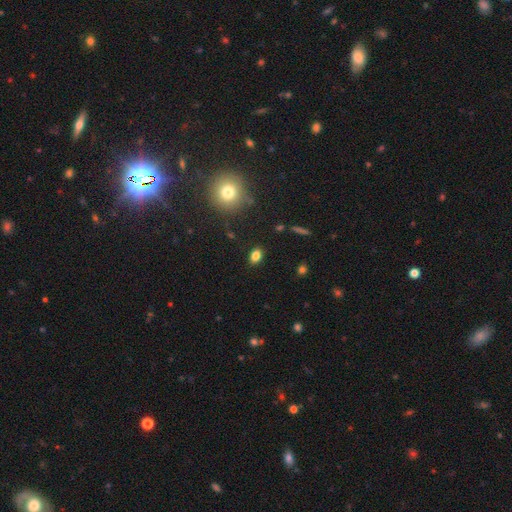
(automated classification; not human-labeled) A smooth galaxy with no disk features (81%) that is in between round and cigar-shaped (78%).

Vote fractions:
- Smooth or featured? smooth: 81% / star or artifact: 12% / featured or disk: 6%
- How rounded? in between: 78% / round: 20% / cigar-shaped: 2%
- Merging? none: 86% / minor disturbance: 10% / major disturbance: 3% / merger: 2%